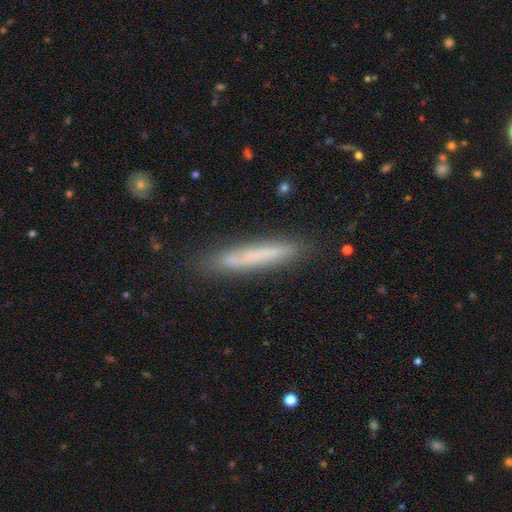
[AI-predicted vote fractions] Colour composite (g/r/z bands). It shows a smooth galaxy with no disk features (60%) that is cigar-shaped (94%). Merging: none (84%).